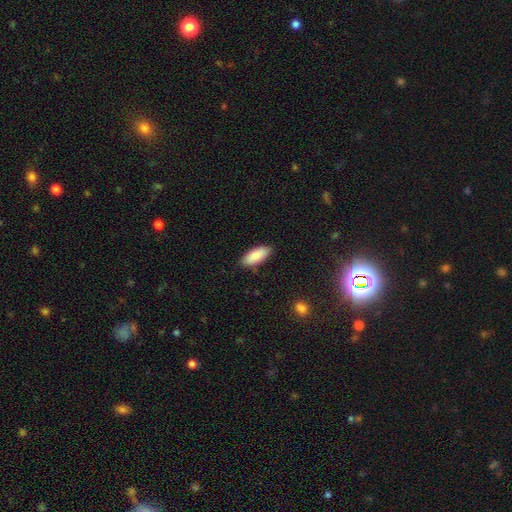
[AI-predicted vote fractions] smooth 87%, featured or disk 7%, star or artifact 6%. Down the decision tree: how rounded — in between (83%); merging — none (84%).